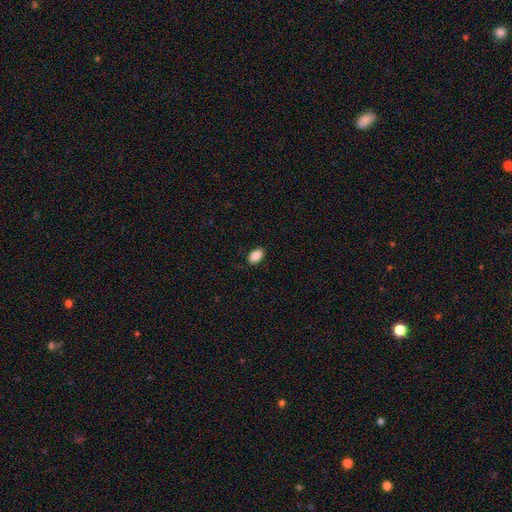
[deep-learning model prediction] smooth-or-featured: smooth: 89% | star or artifact: 7% | featured or disk: 4%
  how-rounded: in between: 91% | round: 7% | cigar-shaped: 1%
  merging: none: 87% | minor disturbance: 10% | major disturbance: 2% | merger: 1%